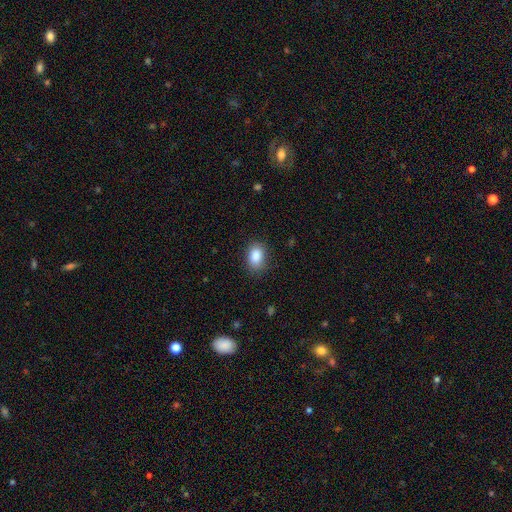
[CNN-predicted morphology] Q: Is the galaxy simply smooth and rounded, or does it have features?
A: smooth — 87%.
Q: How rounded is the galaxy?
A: in between — 81%.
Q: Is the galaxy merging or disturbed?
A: none — 82%.